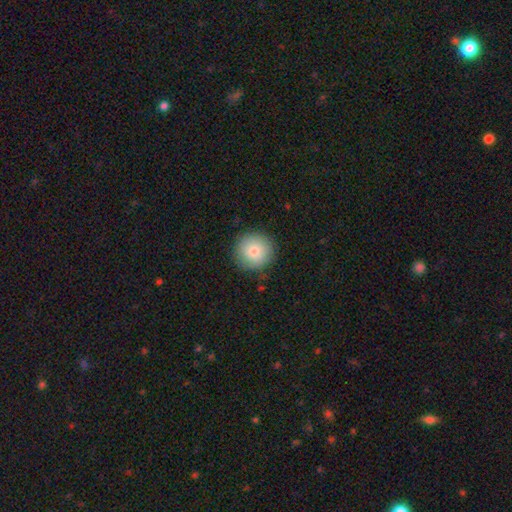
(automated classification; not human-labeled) smooth-or-featured: smooth: 81% | featured or disk: 10% | star or artifact: 9%
  how-rounded: round: 95% | in between: 4% | cigar-shaped: 1%
  merging: none: 89% | minor disturbance: 8% | major disturbance: 2% | merger: 1%